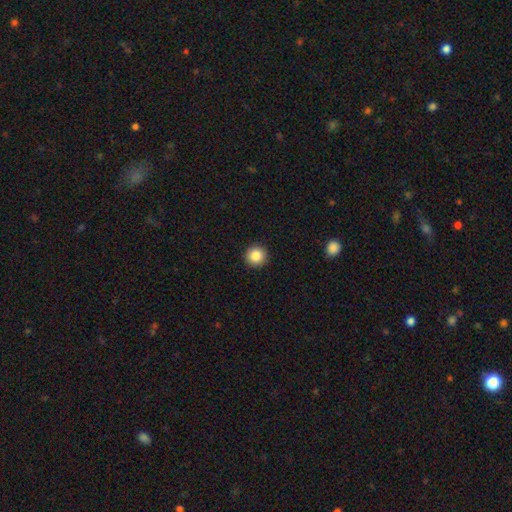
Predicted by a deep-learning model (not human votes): This appears to be a smooth galaxy with no disk features (86%) that is round (95%). Merging: none (93%).